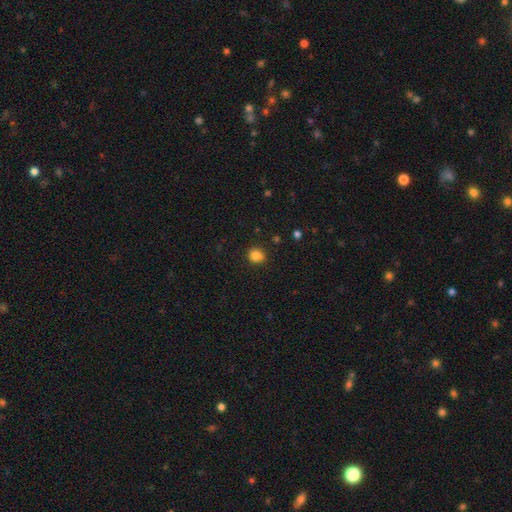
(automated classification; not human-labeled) Overall: smooth (84%). How rounded: round (72%). Merging: none (79%).